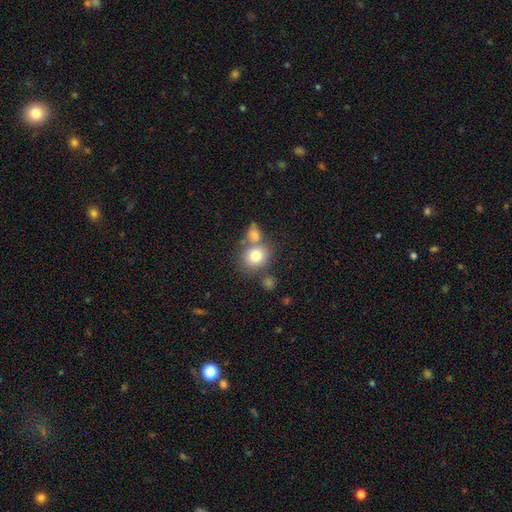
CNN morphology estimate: smooth 78%, featured or disk 11%, star or artifact 11%. Down the decision tree: how rounded — round (73%); merging — none (54%).